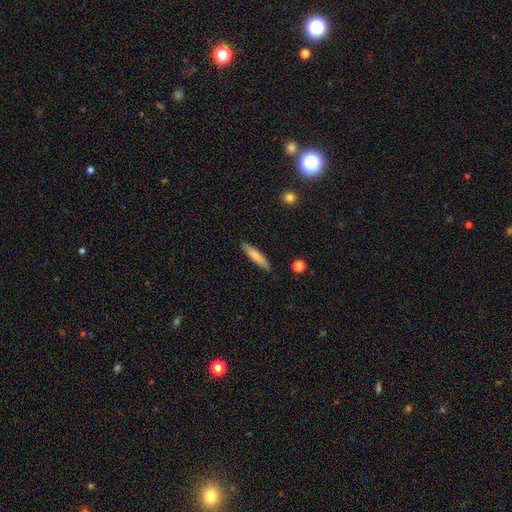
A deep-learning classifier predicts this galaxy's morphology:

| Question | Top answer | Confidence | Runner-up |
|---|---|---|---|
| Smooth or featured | smooth | 73% | featured or disk (21%) |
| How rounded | cigar-shaped | 86% | in between (13%) |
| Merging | none | 86% | minor disturbance (10%) |